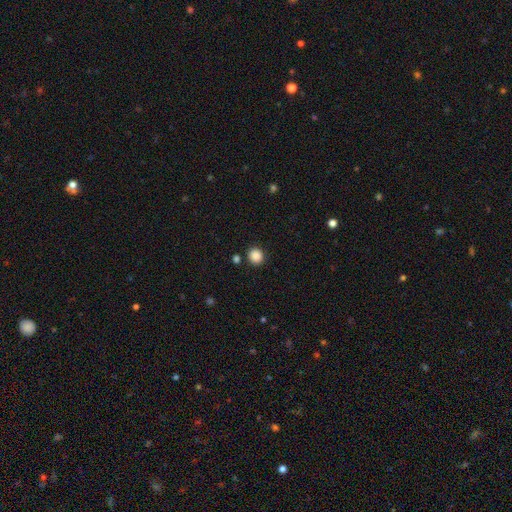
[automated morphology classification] Smooth or featured: smooth — 87% (star or artifact — 10%)
How rounded: round — 89% (in between — 10%)
Merging: none — 87% (minor disturbance — 7%)